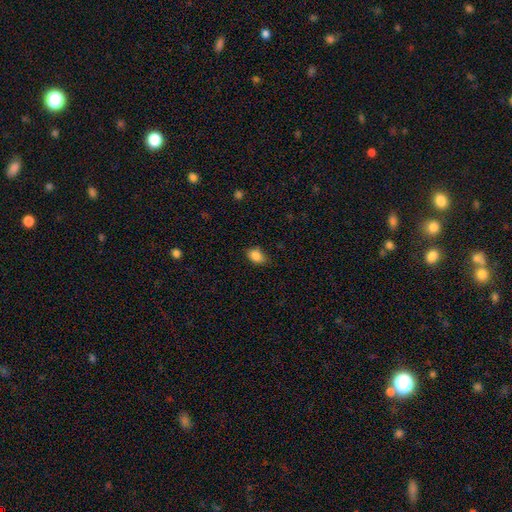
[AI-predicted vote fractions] smooth-or-featured: smooth: 87% | star or artifact: 9% | featured or disk: 4%
  how-rounded: in between: 80% | round: 18% | cigar-shaped: 1%
  merging: none: 76% | minor disturbance: 19% | major disturbance: 3% | merger: 1%